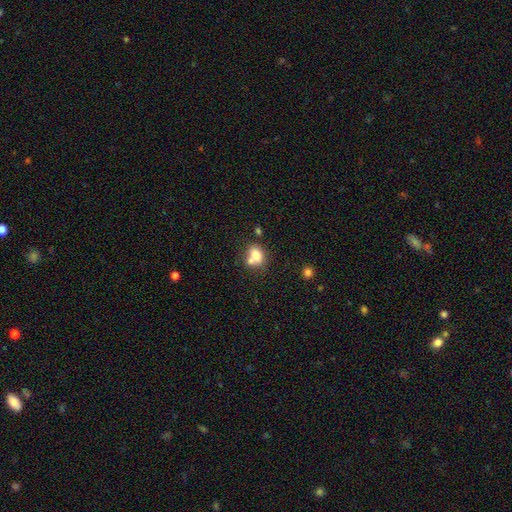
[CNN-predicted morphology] This appears to be a smooth galaxy with no disk features (75%) that is in between round and cigar-shaped (66%). Merging: none (42%, tied with merger).